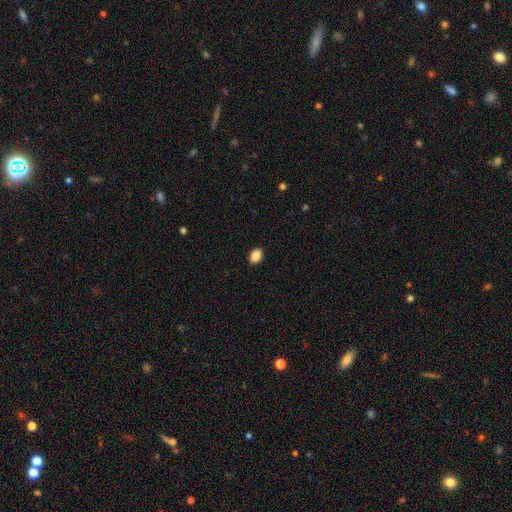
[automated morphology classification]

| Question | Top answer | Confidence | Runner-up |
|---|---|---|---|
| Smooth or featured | smooth | 88% | star or artifact (8%) |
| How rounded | in between | 84% | round (14%) |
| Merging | none | 90% | minor disturbance (7%) |